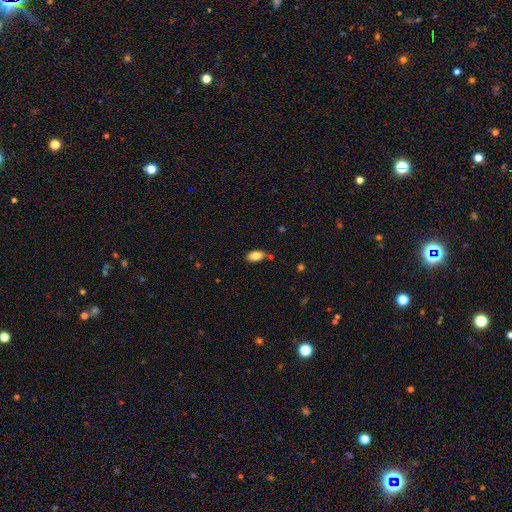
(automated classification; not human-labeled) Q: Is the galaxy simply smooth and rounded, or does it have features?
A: smooth — 83%.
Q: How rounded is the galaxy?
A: in between — 92%.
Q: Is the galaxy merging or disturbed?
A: none — 78%.